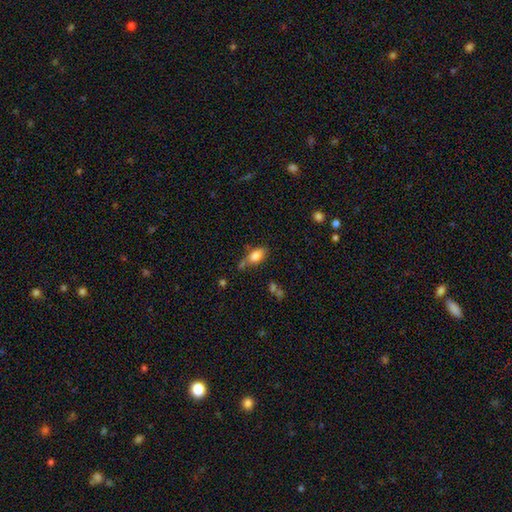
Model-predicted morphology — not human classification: A smooth galaxy with no disk features (81%) that is in between round and cigar-shaped (88%).

Vote fractions:
- Smooth or featured? smooth: 81% / featured or disk: 11% / star or artifact: 8%
- How rounded? in between: 88% / round: 7% / cigar-shaped: 5%
- Merging? none: 51% / minor disturbance: 24% / merger: 16% / major disturbance: 8%